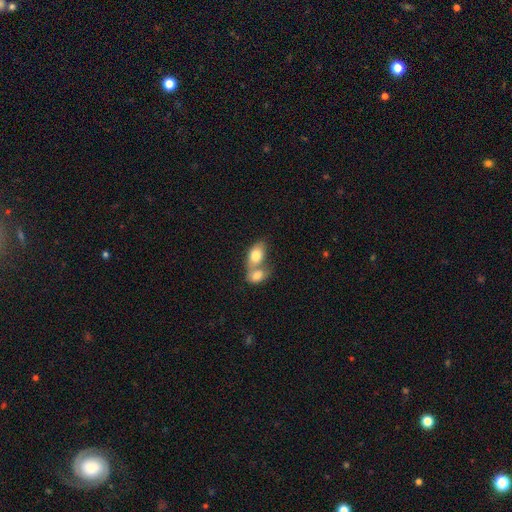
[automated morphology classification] smooth 77%, featured or disk 16%, star or artifact 7%. Down the decision tree: how rounded — in between (84%); merging — merger (72%).